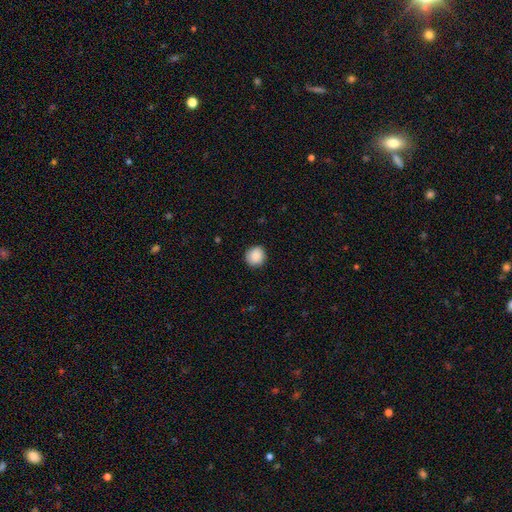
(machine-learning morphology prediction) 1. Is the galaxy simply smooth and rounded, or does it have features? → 89% smooth, 8% star or artifact, 4% featured or disk.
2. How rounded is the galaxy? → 88% round, 11% in between, 1% cigar-shaped.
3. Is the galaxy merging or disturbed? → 89% none, 8% minor disturbance, 2% major disturbance, 1% merger.